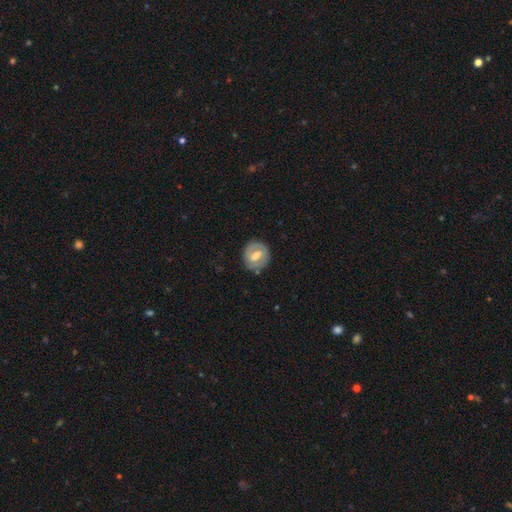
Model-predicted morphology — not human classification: This is possibly a featured or disk galaxy (56%). It is clearly not viewed edge-on (95%). Bar: possibly weak (46%). Spiral arm pattern: possibly no (51%). Central bulge: likely moderate (62%). Merging: clearly none (81%).